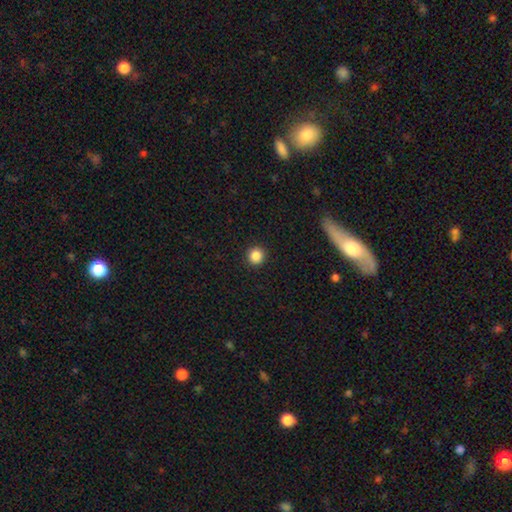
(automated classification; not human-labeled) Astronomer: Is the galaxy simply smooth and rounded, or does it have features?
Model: smooth — 86%.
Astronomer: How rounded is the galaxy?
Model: round — 94%.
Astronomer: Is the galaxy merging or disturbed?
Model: none — 93%.